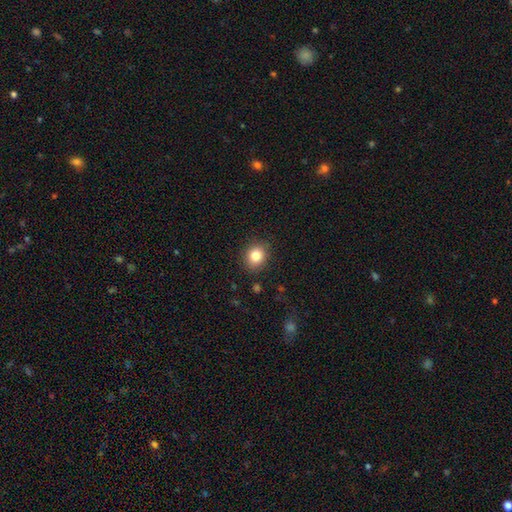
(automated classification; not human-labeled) smooth-or-featured: smooth: 83% | star or artifact: 11% | featured or disk: 6%
  how-rounded: round: 75% | in between: 25% | cigar-shaped: 1%
  merging: none: 88% | minor disturbance: 9% | major disturbance: 2% | merger: 1%